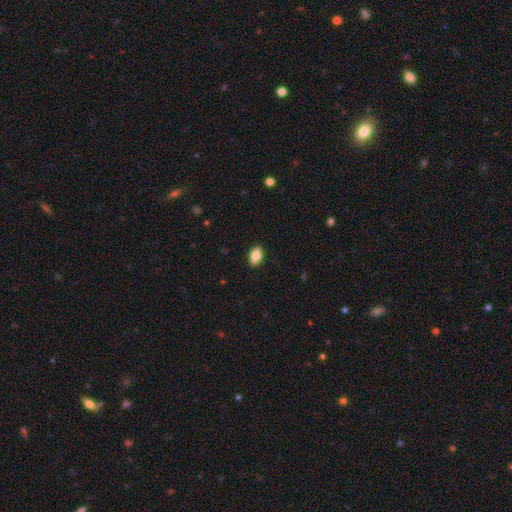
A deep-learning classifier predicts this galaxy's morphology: The model was most divided on "smooth or featured": smooth: 84%, featured or disk: 9%, star or artifact: 7%. More confident: how rounded — in between (91%); merging — none (90%).